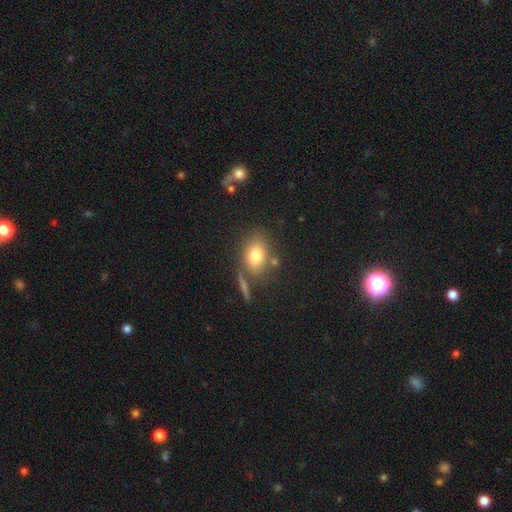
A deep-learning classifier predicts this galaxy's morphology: smooth 77%, featured or disk 13%, star or artifact 10%. Down the decision tree: how rounded — in between (69%); merging — none (70%).